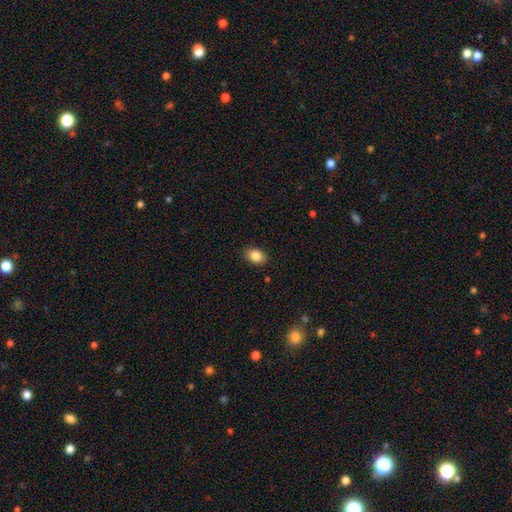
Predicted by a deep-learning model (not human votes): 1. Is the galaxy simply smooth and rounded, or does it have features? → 86% smooth, 9% star or artifact, 5% featured or disk.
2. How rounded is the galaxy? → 75% in between, 24% round, 1% cigar-shaped.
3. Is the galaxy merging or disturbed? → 88% none, 9% minor disturbance, 2% major disturbance, 1% merger.